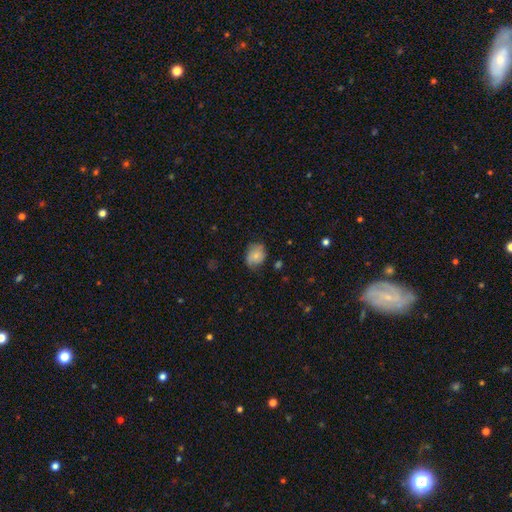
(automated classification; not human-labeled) smooth 74%, featured or disk 18%, star or artifact 8%. Down the decision tree: how rounded — round (54%); merging — none (61%).